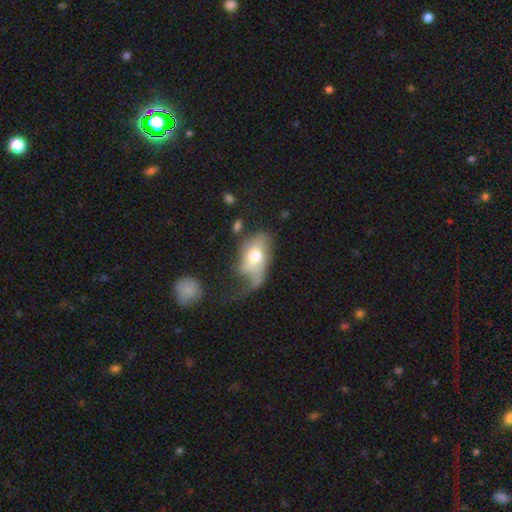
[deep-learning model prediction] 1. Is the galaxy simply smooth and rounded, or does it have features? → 50% smooth, 42% featured or disk, 8% star or artifact.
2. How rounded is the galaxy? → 86% in between, 10% round, 4% cigar-shaped.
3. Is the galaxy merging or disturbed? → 52% major disturbance, 21% minor disturbance, 20% none, 7% merger.